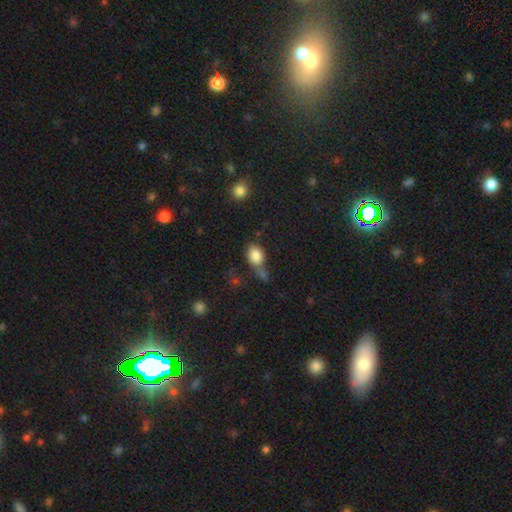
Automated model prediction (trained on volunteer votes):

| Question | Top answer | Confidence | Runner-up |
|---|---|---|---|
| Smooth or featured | smooth | 82% | star or artifact (9%) |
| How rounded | in between | 68% | round (30%) |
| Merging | none | 39% | merger (27%) |